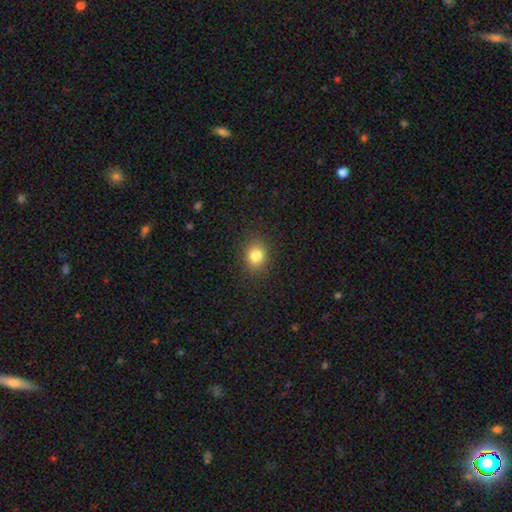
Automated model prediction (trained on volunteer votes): Smooth or featured?
  - smooth: 83% *
  - star or artifact: 11%
  - featured or disk: 6%
How rounded?
  - round: 67% *
  - in between: 32%
  - cigar-shaped: 1%
Merging?
  - none: 88% *
  - minor disturbance: 8%
  - major disturbance: 3%
  - merger: 1%